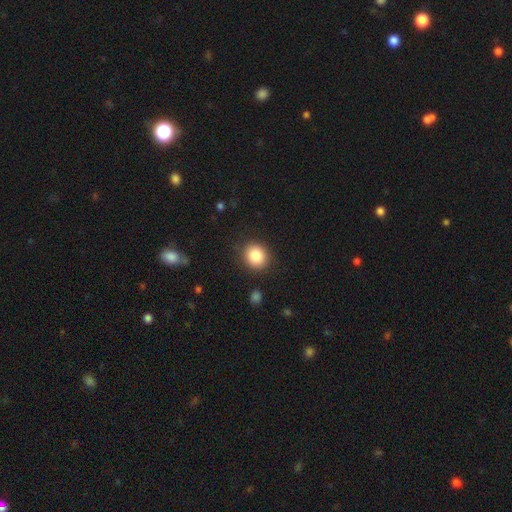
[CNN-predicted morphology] A smooth galaxy with no disk features (85%) that is round (80%).

Vote fractions:
- Smooth or featured? smooth: 85% / star or artifact: 9% / featured or disk: 6%
- How rounded? round: 80% / in between: 20% / cigar-shaped: 1%
- Merging? none: 89% / minor disturbance: 8% / major disturbance: 3% / merger: 1%